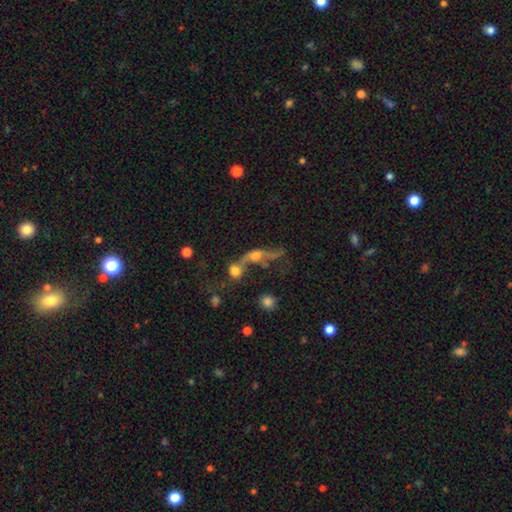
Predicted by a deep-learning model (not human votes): Overall: featured or disk (44%; smooth 40%). Merging: merger (55%; none 19%).